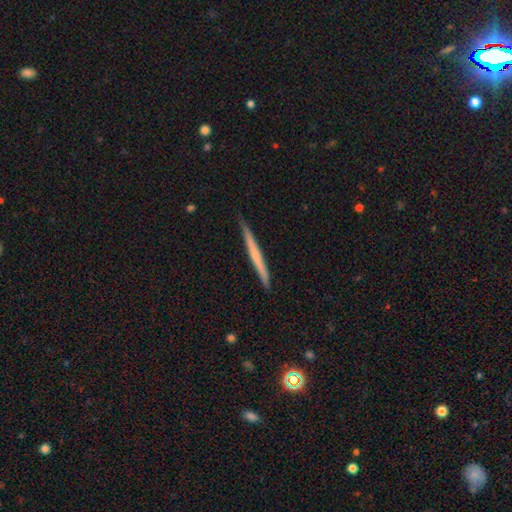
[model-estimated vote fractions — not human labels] This is possibly a smooth galaxy (47%, tied with featured or disk). Merging: clearly none (89%).